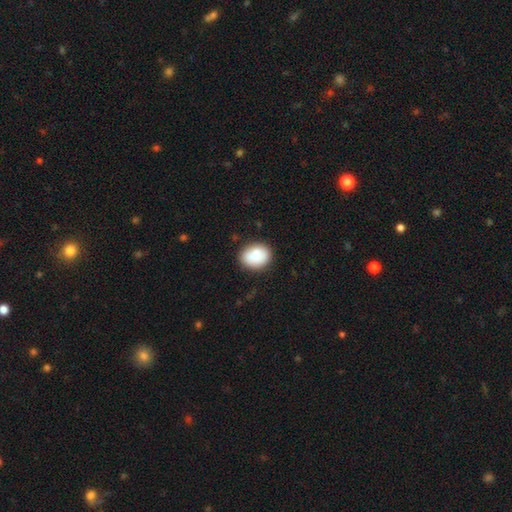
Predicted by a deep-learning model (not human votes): Smooth or featured?
  - smooth: 83% *
  - featured or disk: 9%
  - star or artifact: 8%
How rounded?
  - in between: 55% *
  - round: 44%
  - cigar-shaped: 1%
Merging?
  - none: 74% *
  - minor disturbance: 16%
  - merger: 6%
  - major disturbance: 4%